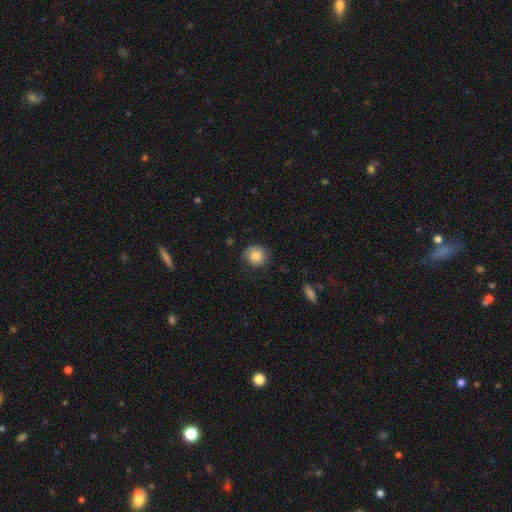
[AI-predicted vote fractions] Overall: smooth (81%). How rounded: round (85%). Merging: none (74%).